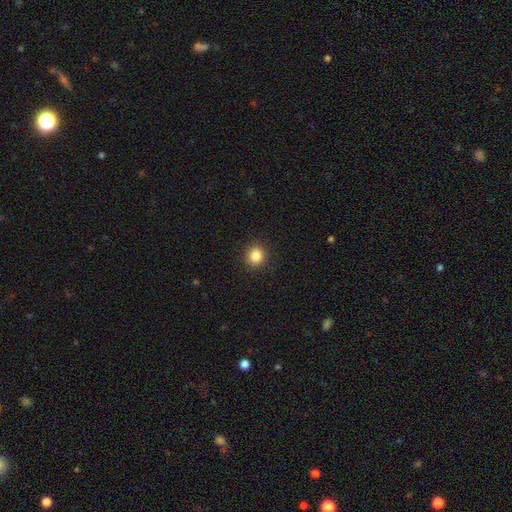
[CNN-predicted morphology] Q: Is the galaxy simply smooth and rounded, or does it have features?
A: smooth — 85%.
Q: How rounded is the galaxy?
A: round — 89%.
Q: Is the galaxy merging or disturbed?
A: none — 92%.